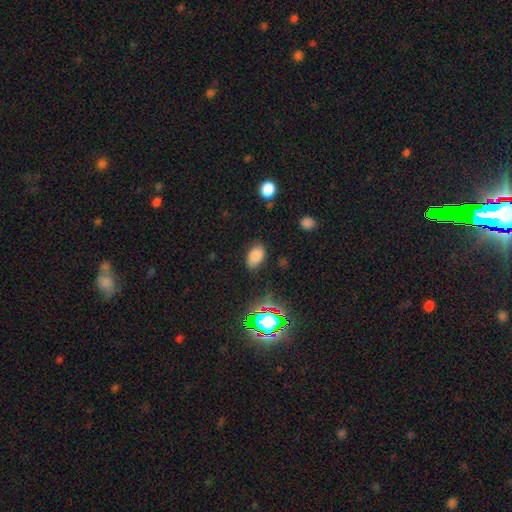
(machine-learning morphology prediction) type=smooth (79%); roundness=in between (90%); merging=none (81%).